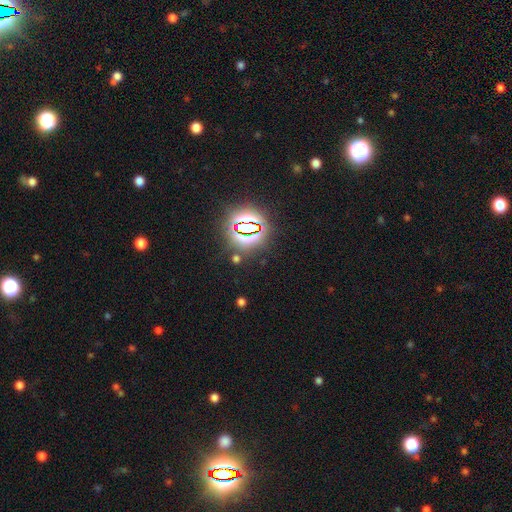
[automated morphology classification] Smooth or featured? star or artifact (83%)